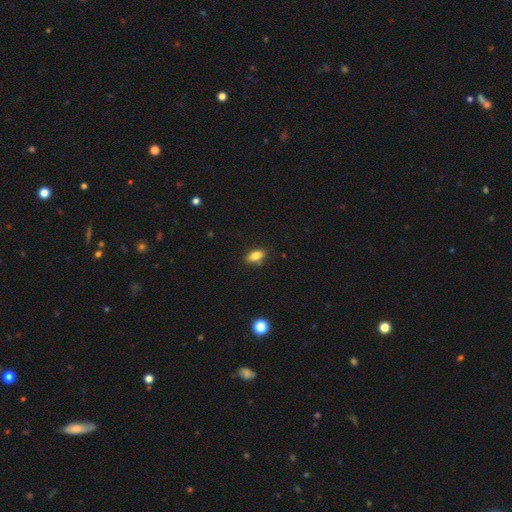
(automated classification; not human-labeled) smooth 81%, featured or disk 10%, star or artifact 9%. Down the decision tree: how rounded — in between (87%); merging — none (81%).